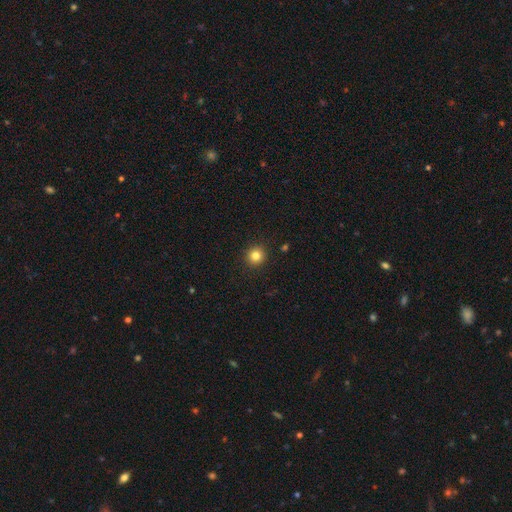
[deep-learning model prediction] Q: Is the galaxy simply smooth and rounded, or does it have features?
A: smooth — 82%.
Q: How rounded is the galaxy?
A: round — 92%.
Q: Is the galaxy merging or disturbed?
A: none — 92%.